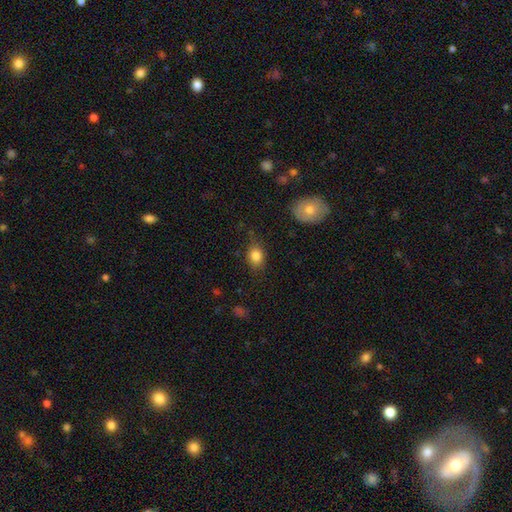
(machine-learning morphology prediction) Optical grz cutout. It shows a smooth galaxy with no disk features (83%) that is in between round and cigar-shaped (56%). Merging: none (69%).